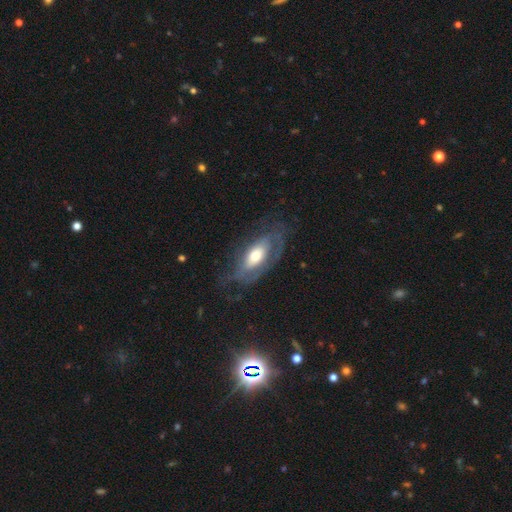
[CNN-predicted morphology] featured or disk 62%, smooth 32%, star or artifact 6%. Down the decision tree: edge-on disk — no (86%); bar — no (71%); spiral arms — yes (62%); bulge size — moderate (57%); merging — none (56%).